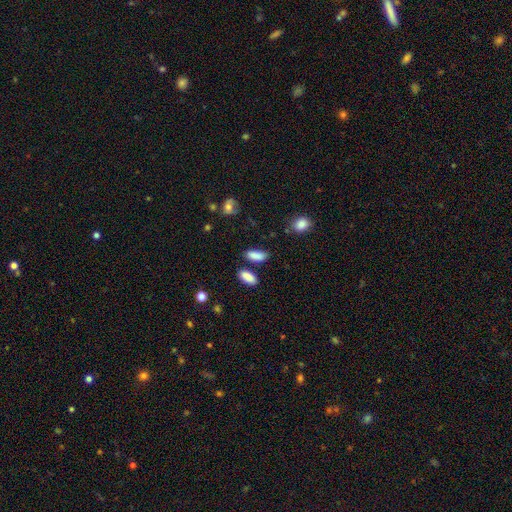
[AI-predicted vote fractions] This is clearly a smooth galaxy (87%). How rounded: likely in between (71%). Merging: likely none (75%).